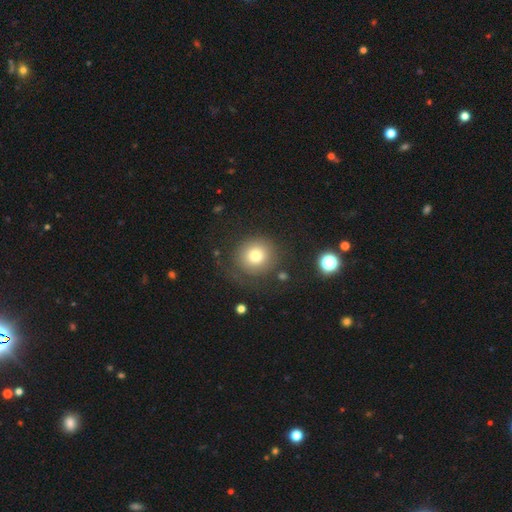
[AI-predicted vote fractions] The model was most divided on "smooth or featured": smooth: 76%, featured or disk: 12%, star or artifact: 12%. More confident: how rounded — round (92%); merging — none (77%).